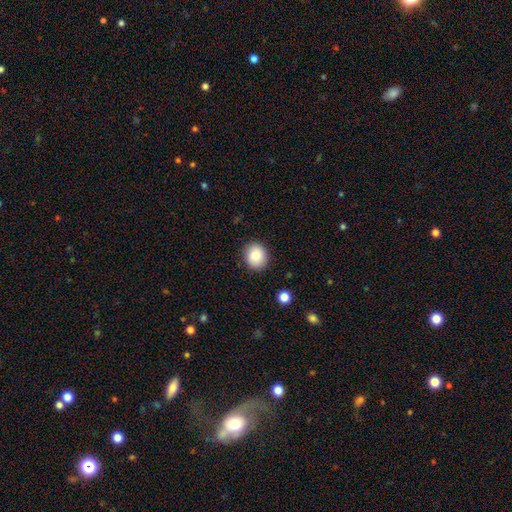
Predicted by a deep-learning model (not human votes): A smooth galaxy with no disk features (87%) that is round (75%).

Vote fractions:
- Smooth or featured? smooth: 87% / star or artifact: 8% / featured or disk: 5%
- How rounded? round: 75% / in between: 24% / cigar-shaped: 1%
- Merging? none: 88% / minor disturbance: 8% / major disturbance: 2% / merger: 1%